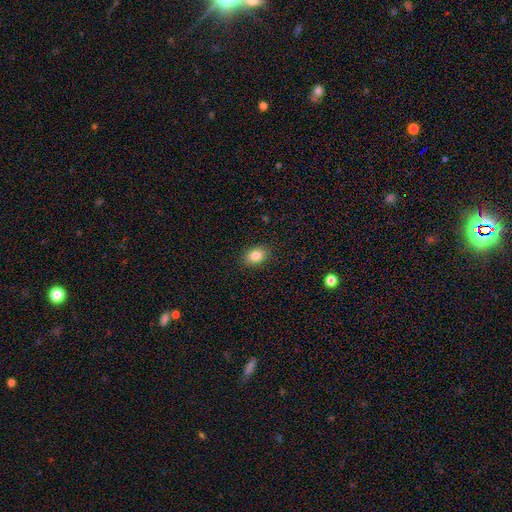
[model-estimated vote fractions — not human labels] Smooth or featured: smooth — 84% (star or artifact — 9%)
How rounded: in between — 65% (round — 34%)
Merging: none — 89% (minor disturbance — 8%)